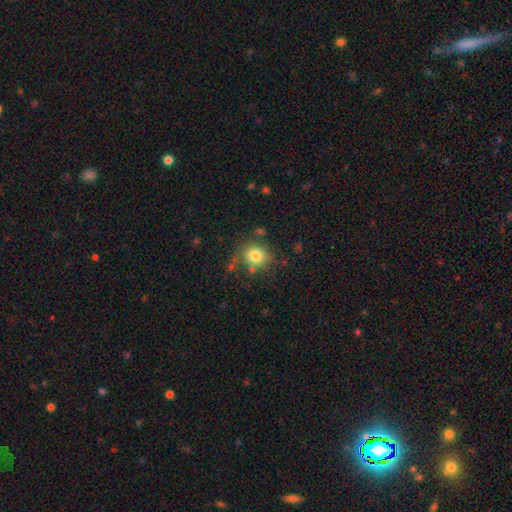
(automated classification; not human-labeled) Smooth or featured?
  - smooth: 80% *
  - star or artifact: 11%
  - featured or disk: 9%
How rounded?
  - round: 77% *
  - in between: 22%
  - cigar-shaped: 1%
Merging?
  - none: 72% *
  - minor disturbance: 15%
  - merger: 7%
  - major disturbance: 6%